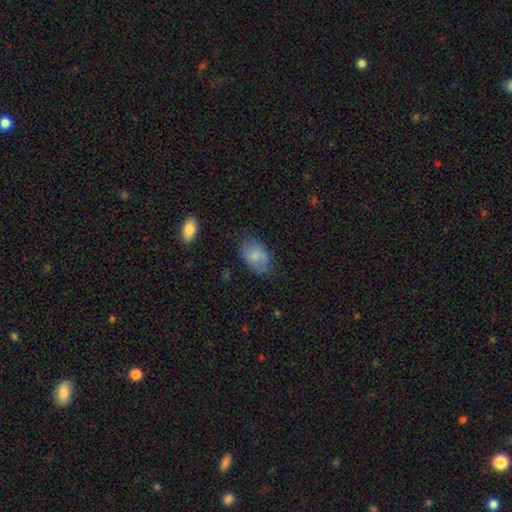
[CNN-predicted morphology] smooth-or-featured: smooth: 76% | featured or disk: 17% | star or artifact: 7%
  how-rounded: in between: 90% | round: 9% | cigar-shaped: 1%
  merging: none: 67% | minor disturbance: 24% | major disturbance: 7% | merger: 2%